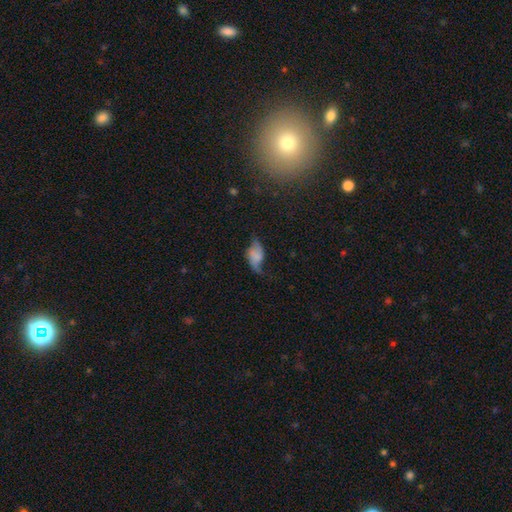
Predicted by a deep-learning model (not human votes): The model was most divided on "smooth or featured": smooth: 46%, featured or disk: 44%, star or artifact: 10%. Remaining: merging — none (44%).